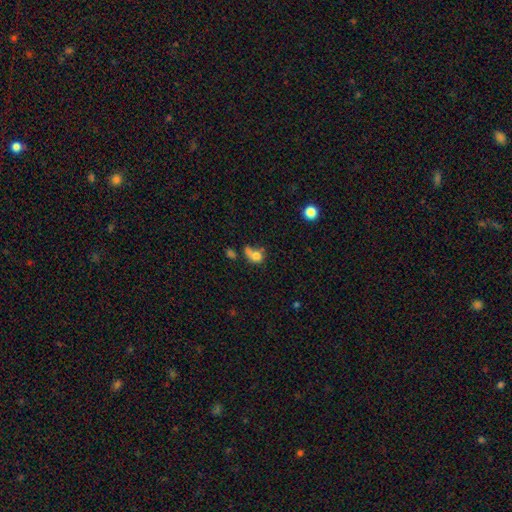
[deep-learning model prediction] smooth-or-featured: smooth: 72% | featured or disk: 16% | star or artifact: 12%
  how-rounded: round: 58% | in between: 40% | cigar-shaped: 2%
  merging: merger: 33% | none: 28% | major disturbance: 21% | minor disturbance: 17%